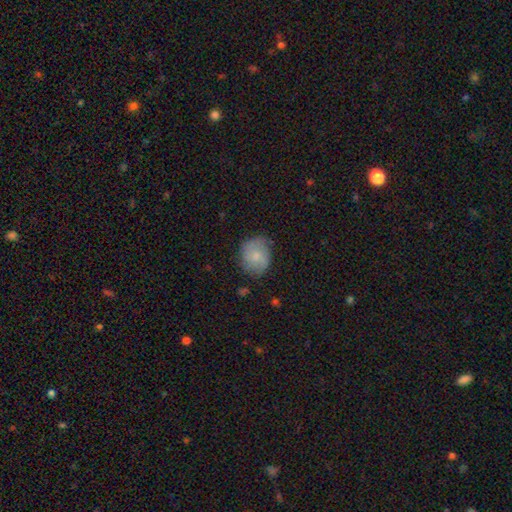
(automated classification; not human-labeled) A smooth galaxy with no disk features (67%) that is round (61%).

Vote fractions:
- Smooth or featured? smooth: 67% / featured or disk: 26% / star or artifact: 7%
- How rounded? round: 61% / in between: 38% / cigar-shaped: 1%
- Merging? none: 67% / minor disturbance: 25% / major disturbance: 6% / merger: 2%